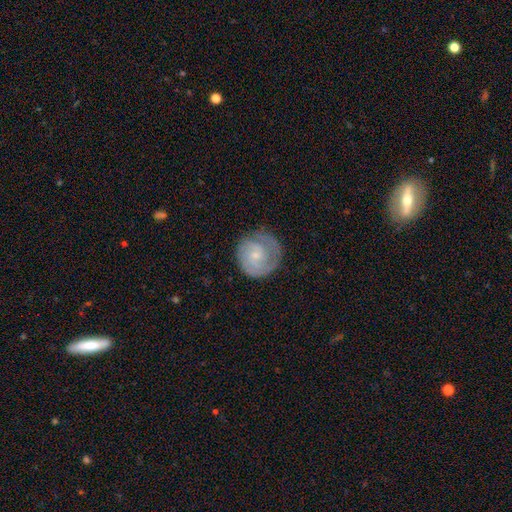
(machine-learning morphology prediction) The model was most divided on "spiral arm count": 2: 37%, can't tell: 29%, 3: 15%, 1: 11%, 4: 4%, more than 4: 4%. More confident: edge-on disk — no (98%); spiral arms — yes (90%); bulge size — small (73%); bar — no (71%); merging — none (70%); smooth or featured — featured or disk (67%); spiral winding — tight (63%).